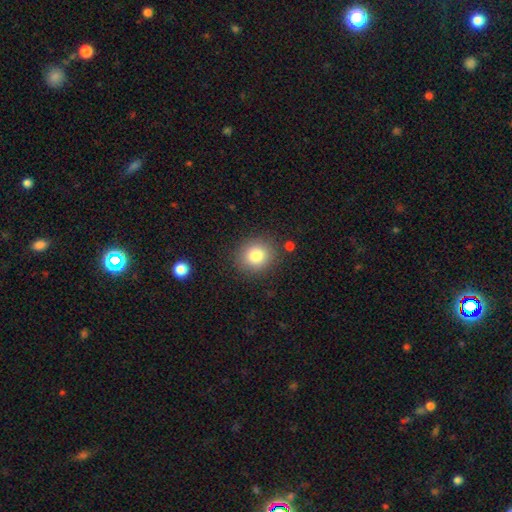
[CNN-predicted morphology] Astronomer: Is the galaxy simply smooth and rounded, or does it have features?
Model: smooth — 82%.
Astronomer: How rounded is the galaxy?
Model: round — 78%.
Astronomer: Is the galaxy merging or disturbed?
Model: none — 85%.